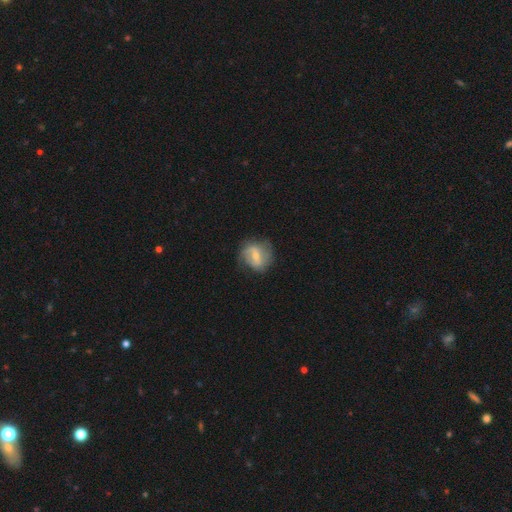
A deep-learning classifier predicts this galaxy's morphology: Overall: featured or disk (56%; smooth 36%). Edge-on disk: no (95%). Bar: weak (48%; strong 29%). Spiral arms: yes (69%; no 31%). Bulge size: small (48%; moderate 46%). Merging: none (64%; minor disturbance 24%).